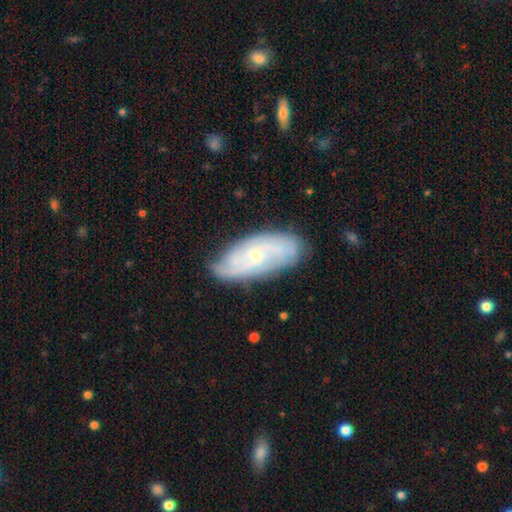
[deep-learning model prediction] A featured or disk galaxy (72%) with no bar (69%), tight (54%) spiral arms (89%) and a small central bulge (72%).

Vote fractions:
- Smooth or featured? featured or disk: 72% / smooth: 22% / star or artifact: 7%
- Edge-on disk? no: 91% / yes: 9%
- Bar? no: 69% / weak: 26% / strong: 5%
- Spiral arms? yes: 89% / no: 11%
- Spiral winding? tight: 54% / medium: 33% / loose: 13%
- Spiral arm count? can't tell: 44% / 2: 22% / 3: 16% / 4: 10% / more than 4: 4% / 1: 4%
- Bulge size? small: 72% / moderate: 24% / none: 2% / large: 1% / dominant: 1%
- Merging? none: 76% / minor disturbance: 18% / major disturbance: 4% / merger: 2%